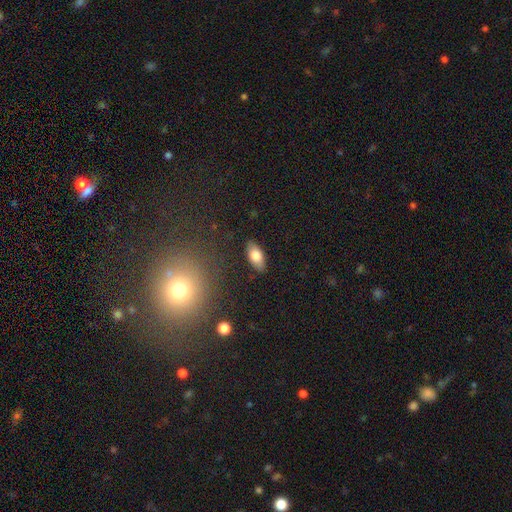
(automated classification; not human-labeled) This is likely a smooth galaxy (79%). How rounded: clearly in between (90%). Merging: clearly none (87%).